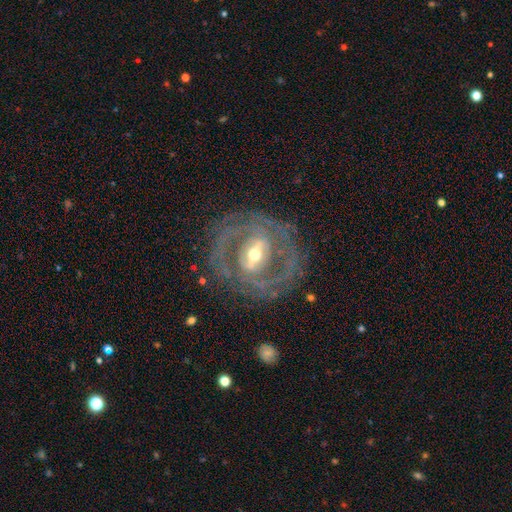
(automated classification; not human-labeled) A featured or disk galaxy (84%) with a strong bar (51%), 2 (63%) tight (54%) spiral arms (80%) and a moderate central bulge (54%). Merging: none (77%).